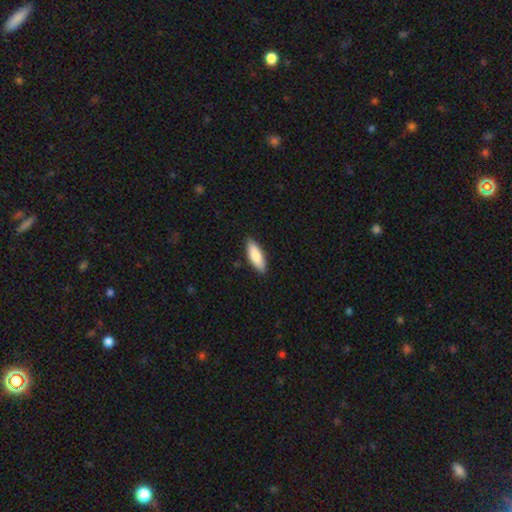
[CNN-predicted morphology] Overall: smooth (83%). How rounded: in between (61%; cigar-shaped 38%). Merging: none (88%).